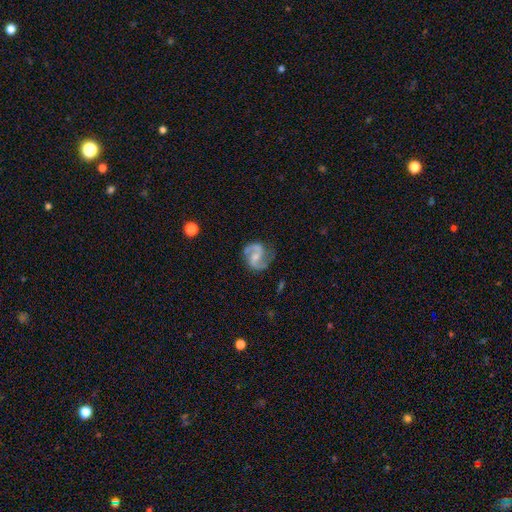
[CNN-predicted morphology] type=featured or disk (89%); edge-on=no (98%); bar=weak (46%); spiral arms=yes (97%); winding=medium (58%); arm count=2 (93%); bulge=small (48%); merging=none (78%).